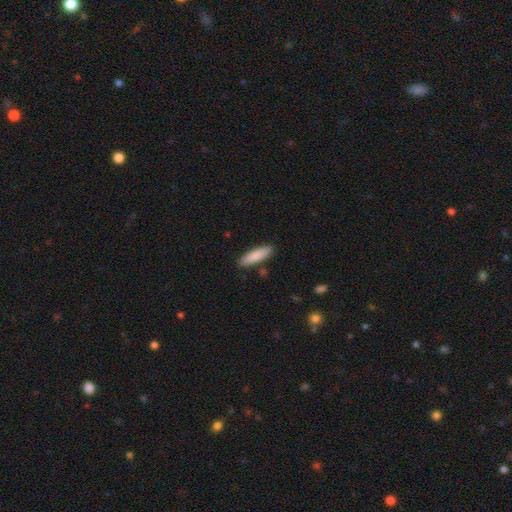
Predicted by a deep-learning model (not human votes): smooth_or_featured: smooth (p=0.85) [alt: featured or disk p=0.09]
how_rounded: cigar-shaped (p=0.61) [alt: in between p=0.38]
merging: none (p=0.87) [alt: minor disturbance p=0.09]